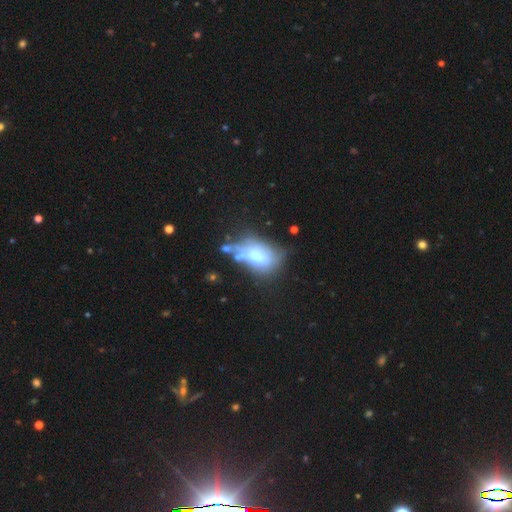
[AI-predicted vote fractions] A smooth galaxy with no disk features (52%) that is in between round and cigar-shaped (84%). Merging: none (29%).